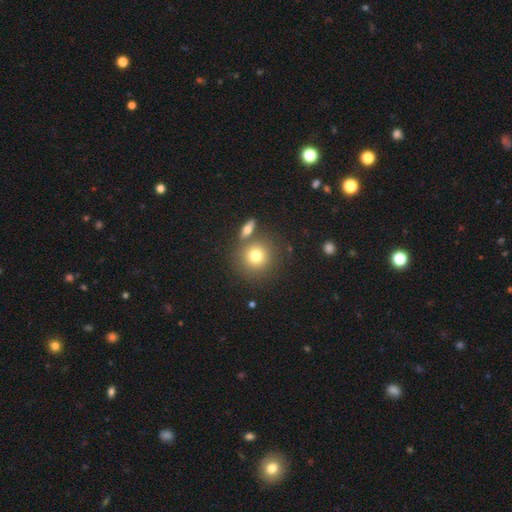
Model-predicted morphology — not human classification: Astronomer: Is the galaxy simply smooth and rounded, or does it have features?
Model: smooth — 76%.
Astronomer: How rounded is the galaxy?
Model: round — 90%.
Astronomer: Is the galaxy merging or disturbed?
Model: none — 71%.